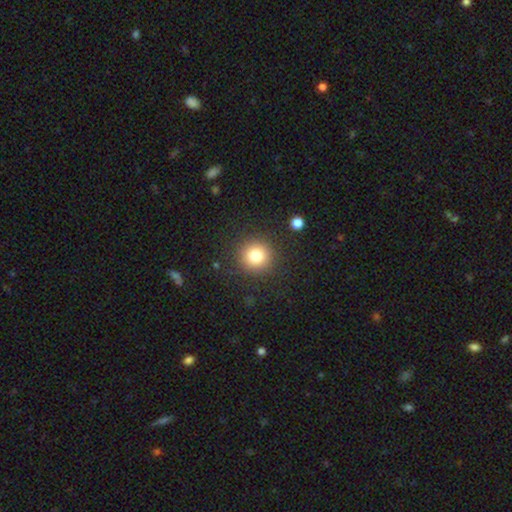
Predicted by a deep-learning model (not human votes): Smooth or featured?
  - smooth: 79% *
  - star or artifact: 13%
  - featured or disk: 8%
How rounded?
  - round: 94% *
  - in between: 5%
  - cigar-shaped: 1%
Merging?
  - none: 89% *
  - minor disturbance: 6%
  - major disturbance: 3%
  - merger: 2%